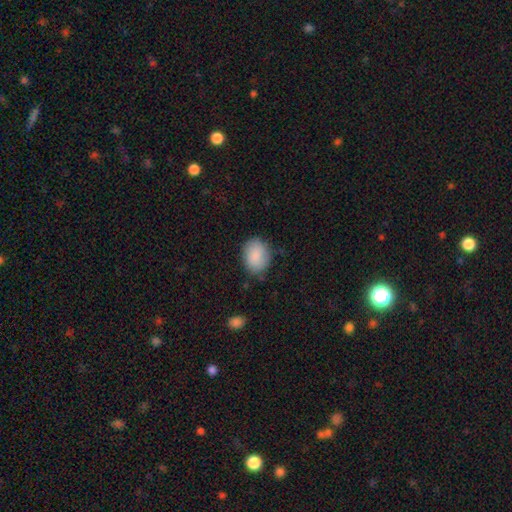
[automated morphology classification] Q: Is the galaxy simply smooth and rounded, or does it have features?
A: smooth — 88%.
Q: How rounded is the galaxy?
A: in between — 63%.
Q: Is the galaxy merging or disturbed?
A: none — 77%.